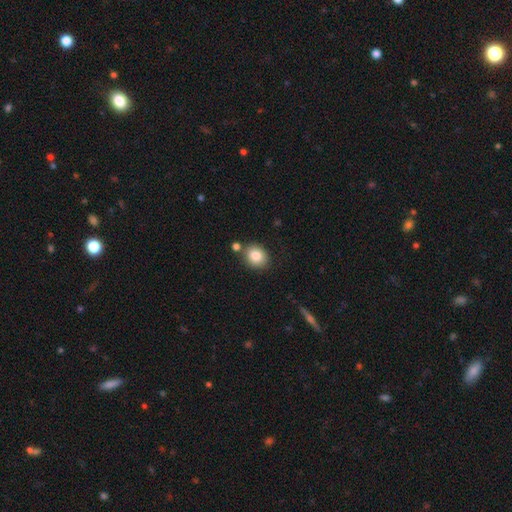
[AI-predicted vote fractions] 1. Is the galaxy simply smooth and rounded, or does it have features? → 84% smooth, 9% star or artifact, 7% featured or disk.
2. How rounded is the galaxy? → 62% round, 37% in between, 1% cigar-shaped.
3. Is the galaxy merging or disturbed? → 76% none, 11% minor disturbance, 10% merger, 3% major disturbance.